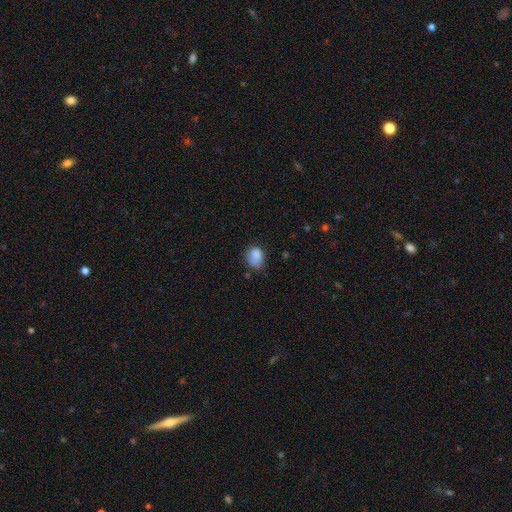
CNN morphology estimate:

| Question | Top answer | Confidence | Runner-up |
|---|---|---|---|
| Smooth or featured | smooth | 81% | featured or disk (10%) |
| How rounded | in between | 61% | round (38%) |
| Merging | none | 48% | minor disturbance (34%) |